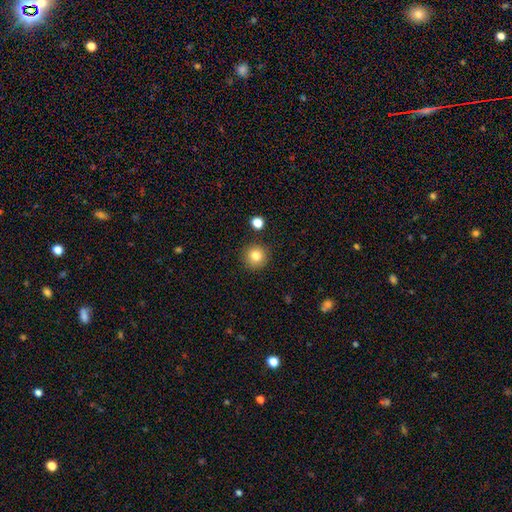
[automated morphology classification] Smooth or featured?
  - smooth: 83% *
  - star or artifact: 11%
  - featured or disk: 7%
How rounded?
  - round: 94% *
  - in between: 5%
  - cigar-shaped: 1%
Merging?
  - none: 89% *
  - minor disturbance: 6%
  - merger: 3%
  - major disturbance: 2%